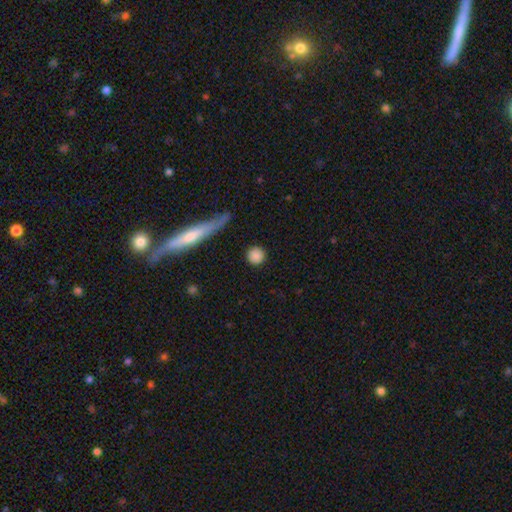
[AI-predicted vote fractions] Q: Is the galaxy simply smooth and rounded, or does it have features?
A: smooth — 86%.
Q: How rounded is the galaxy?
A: round — 93%.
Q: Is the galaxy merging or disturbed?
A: none — 88%.